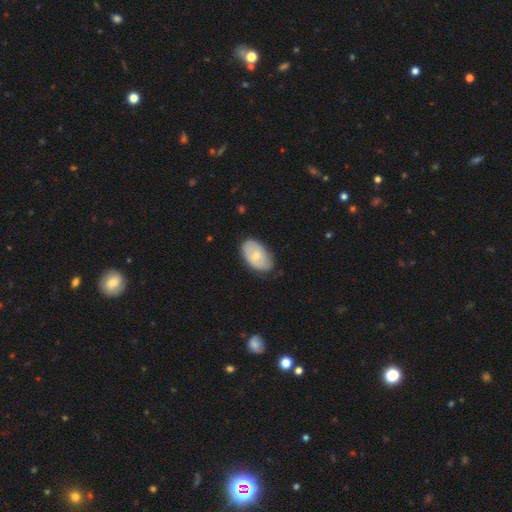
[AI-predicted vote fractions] Smooth or featured? smooth (59%)
How rounded? in between (93%)
Merging? none (72%)